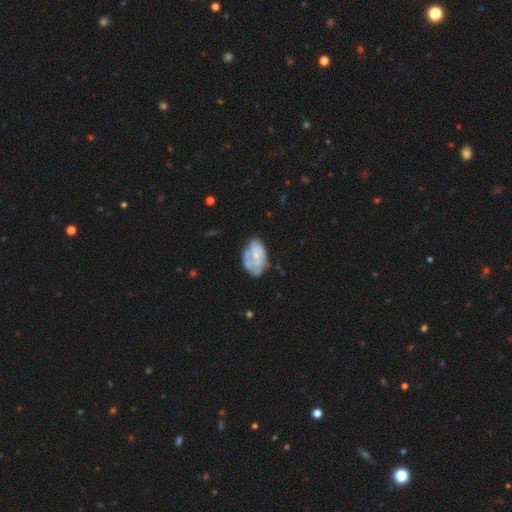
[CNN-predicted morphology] Smooth or featured? featured or disk (52%)
Edge-on disk? no (97%)
Bar? no (81%)
Spiral arms? no (64%)
Bulge size? small (55%)
Merging? none (48%)